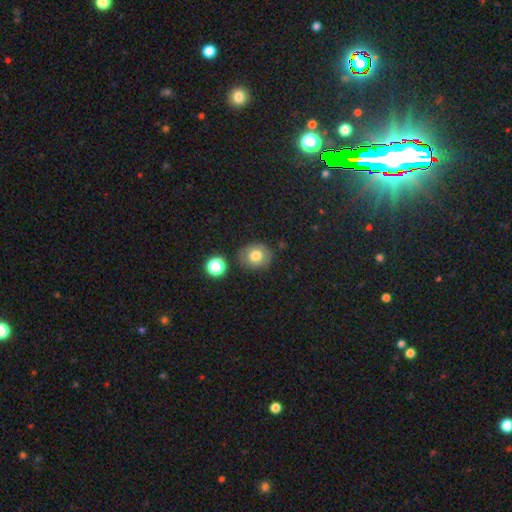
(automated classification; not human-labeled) This appears to be a smooth galaxy with no disk features (75%) that is round (79%). Merging: none (81%).